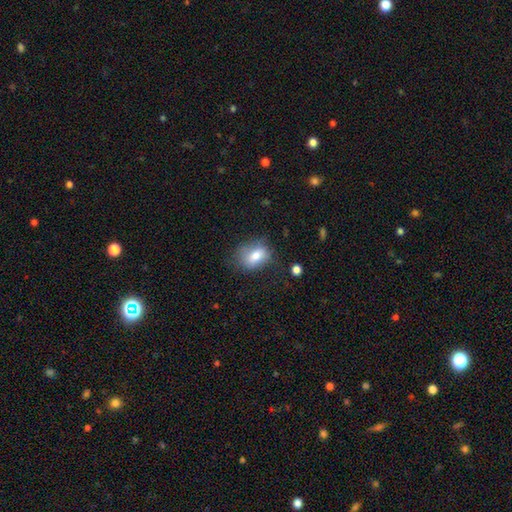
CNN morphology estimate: The model was most divided on "merging": none: 58%, minor disturbance: 27%, major disturbance: 12%, merger: 2%. More confident: smooth or featured — smooth (76%); how rounded — in between (67%).